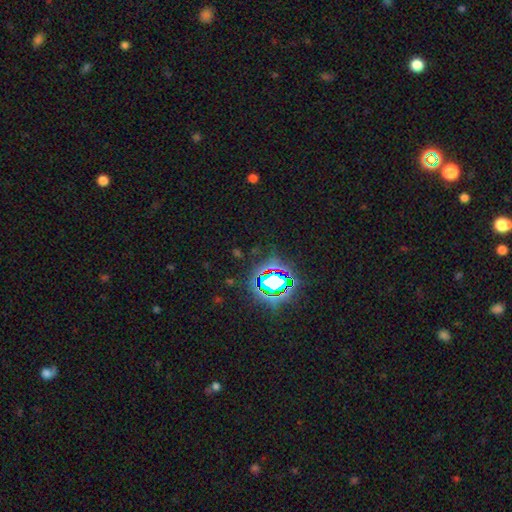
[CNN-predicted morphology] Overall: star or artifact (82%).